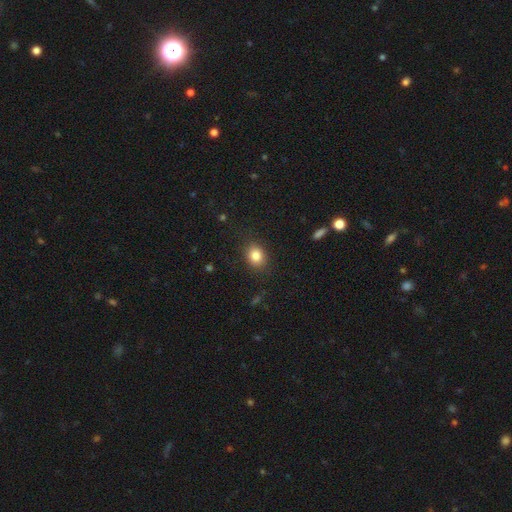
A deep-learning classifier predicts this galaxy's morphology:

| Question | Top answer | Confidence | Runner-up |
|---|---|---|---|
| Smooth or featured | smooth | 83% | star or artifact (10%) |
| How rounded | round | 52% | in between (47%) |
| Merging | none | 85% | minor disturbance (10%) |